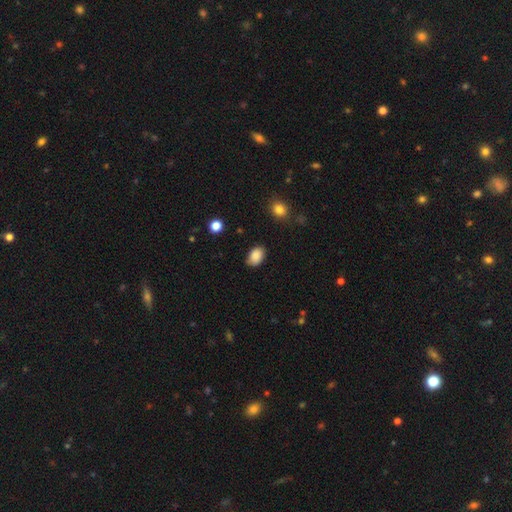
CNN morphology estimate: Smooth or featured: smooth — 88% (star or artifact — 8%)
How rounded: in between — 84% (round — 15%)
Merging: none — 79% (minor disturbance — 16%)